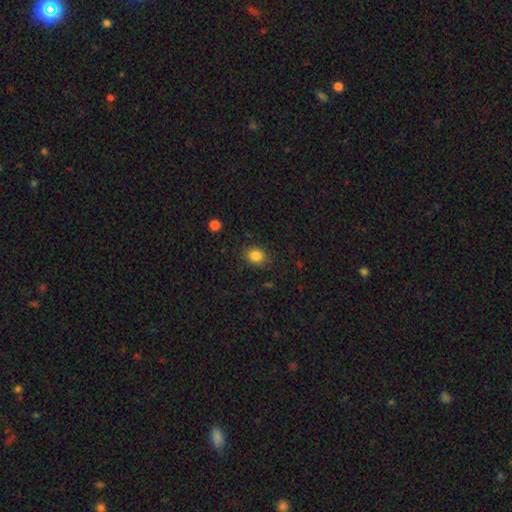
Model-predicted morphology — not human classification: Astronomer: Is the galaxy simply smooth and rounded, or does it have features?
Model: smooth — 85%.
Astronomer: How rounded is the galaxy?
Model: round — 53% (runner-up: in between, 46%).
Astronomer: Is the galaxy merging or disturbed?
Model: none — 85%.